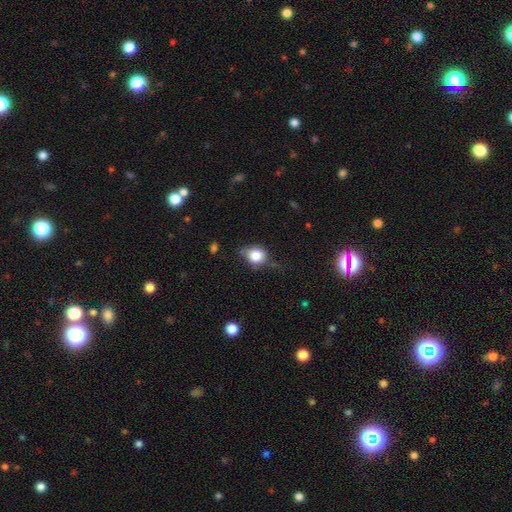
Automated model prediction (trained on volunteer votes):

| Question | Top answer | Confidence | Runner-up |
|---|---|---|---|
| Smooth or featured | smooth | 78% | featured or disk (12%) |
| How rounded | round | 65% | in between (34%) |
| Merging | none | 54% | minor disturbance (31%) |